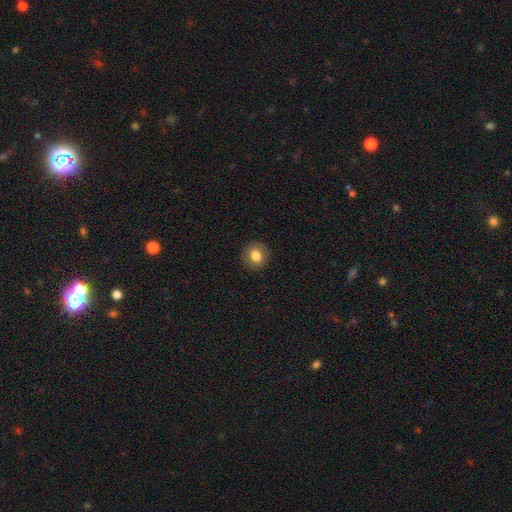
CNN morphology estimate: Smooth or featured? smooth (80%)
How rounded? round (80%)
Merging? none (90%)